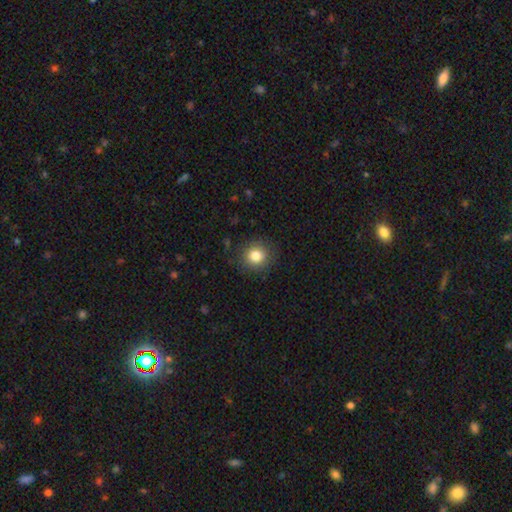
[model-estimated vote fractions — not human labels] smooth_or_featured: smooth (p=0.82) [alt: star or artifact p=0.10]
how_rounded: round (p=0.89) [alt: in between p=0.10]
merging: none (p=0.87) [alt: minor disturbance p=0.08]